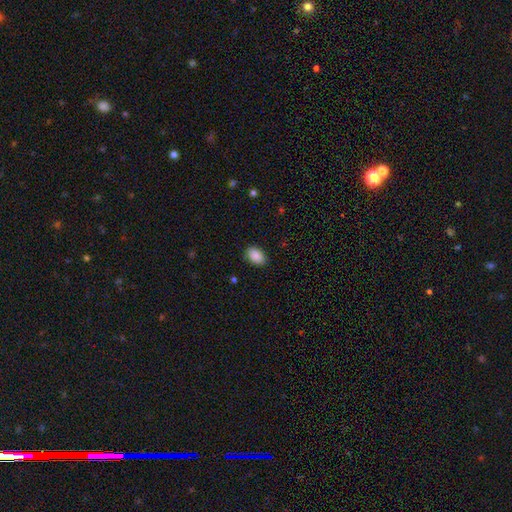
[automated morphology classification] Smooth or featured: smooth — 89% (star or artifact — 7%)
How rounded: in between — 87% (round — 12%)
Merging: none — 86% (minor disturbance — 11%)